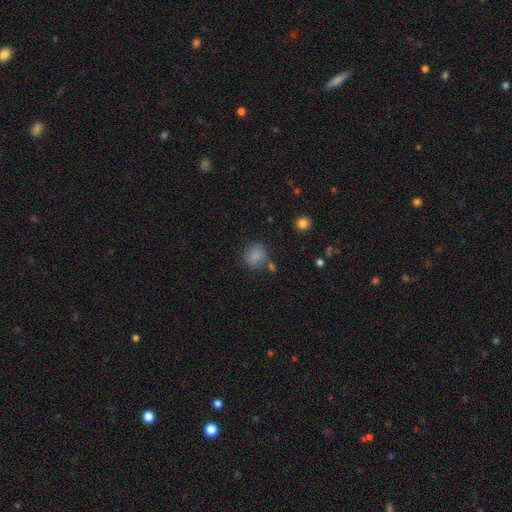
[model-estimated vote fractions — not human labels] Q: Smooth or featured?
A: smooth (84%); runner-up: star or artifact (11%)
Q: How rounded?
A: round (70%); runner-up: in between (29%)
Q: Merging?
A: none (73%); runner-up: minor disturbance (15%)